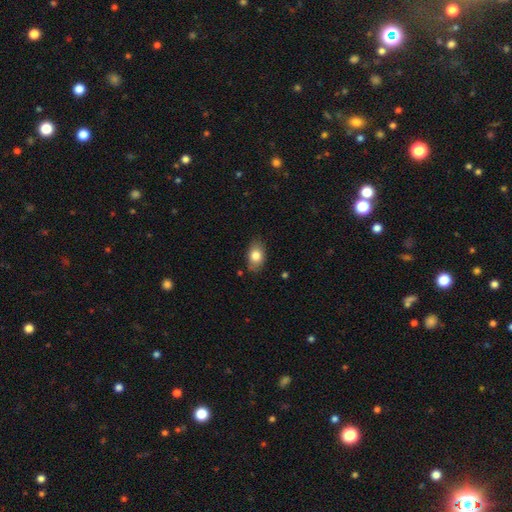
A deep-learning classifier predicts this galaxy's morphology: Smooth or featured? Predicted: smooth (p=0.81). How rounded? Predicted: in between (p=0.86). Merging? Predicted: none (p=0.81).